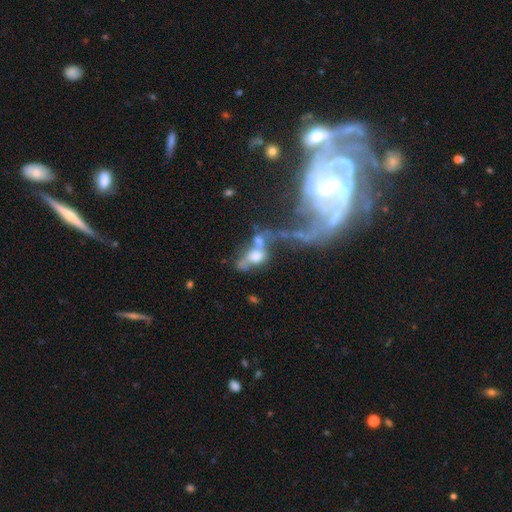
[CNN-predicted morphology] Smooth or featured? featured or disk (46%)
Merging? merger (57%)